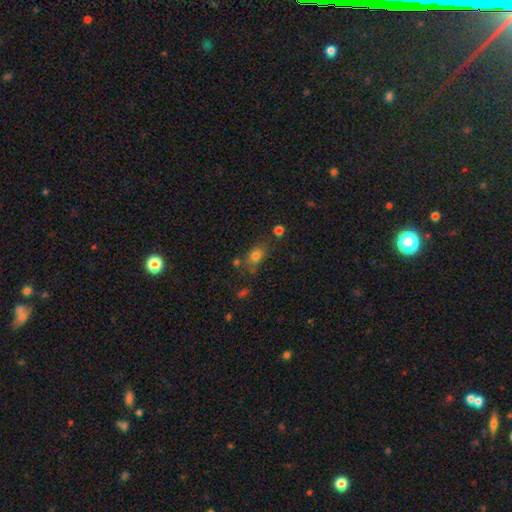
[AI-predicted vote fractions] A smooth galaxy with no disk features (76%) that is in between round and cigar-shaped (68%). Merging: none (62%).